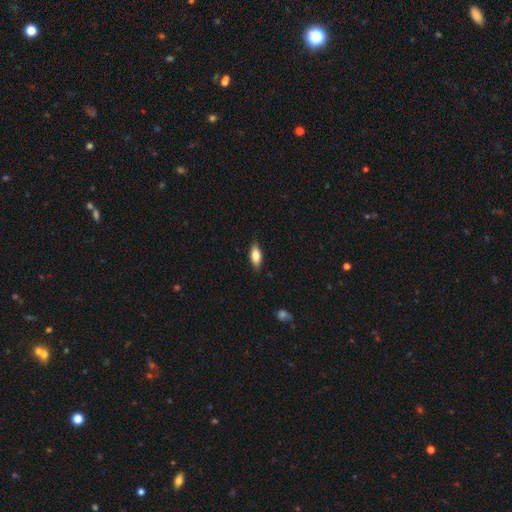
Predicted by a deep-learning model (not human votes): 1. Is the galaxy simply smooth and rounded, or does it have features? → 75% smooth, 18% featured or disk, 7% star or artifact.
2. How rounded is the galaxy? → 83% in between, 13% cigar-shaped, 3% round.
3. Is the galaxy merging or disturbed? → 86% none, 11% minor disturbance, 2% major disturbance, 1% merger.